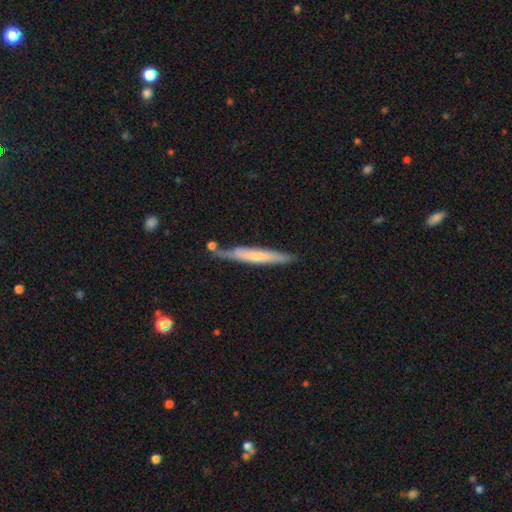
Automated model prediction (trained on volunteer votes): Smooth or featured? Predicted: smooth (p=0.51). How rounded? Predicted: cigar-shaped (p=0.94). Merging? Predicted: none (p=0.71).